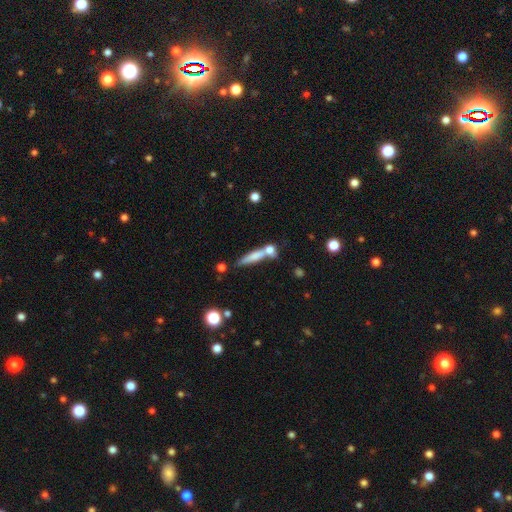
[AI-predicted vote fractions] A smooth galaxy with no disk features (66%) that is cigar-shaped (82%). Merging: none (53%).